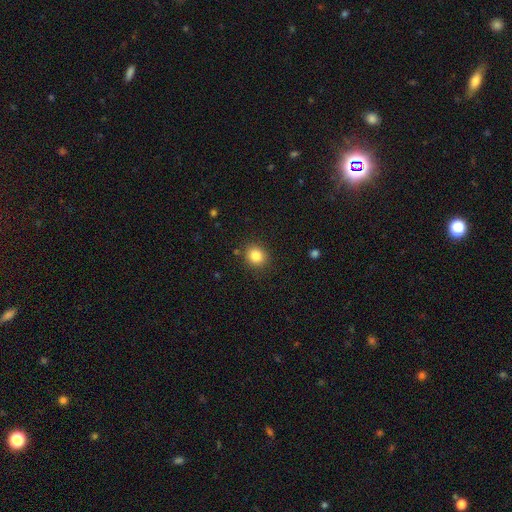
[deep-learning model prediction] smooth_or_featured: smooth (p=0.84) [alt: star or artifact p=0.11]
how_rounded: round (p=0.81) [alt: in between p=0.18]
merging: none (p=0.88) [alt: minor disturbance p=0.08]